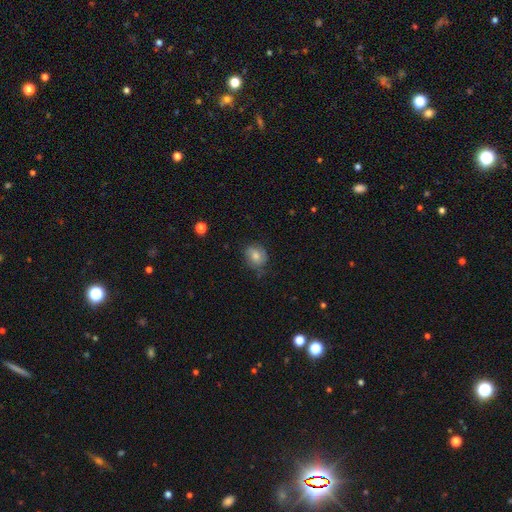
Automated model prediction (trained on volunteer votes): Morphology: type=smooth (61%); roundness=round (60%); merging=none (70%).